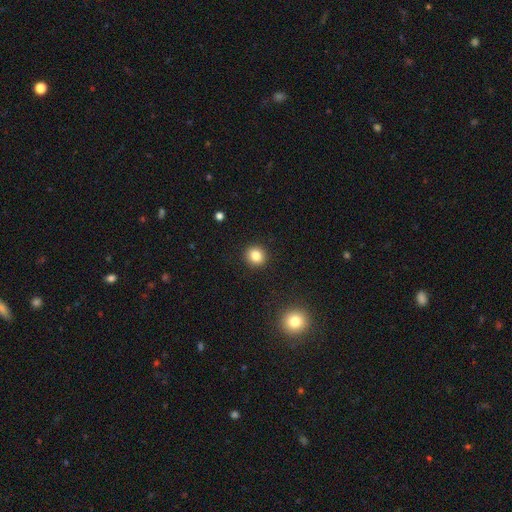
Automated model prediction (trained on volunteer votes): A smooth galaxy with no disk features (83%) that is round (88%).

Vote fractions:
- Smooth or featured? smooth: 83% / star or artifact: 11% / featured or disk: 6%
- How rounded? round: 88% / in between: 11% / cigar-shaped: 1%
- Merging? none: 92% / minor disturbance: 5% / major disturbance: 2% / merger: 1%